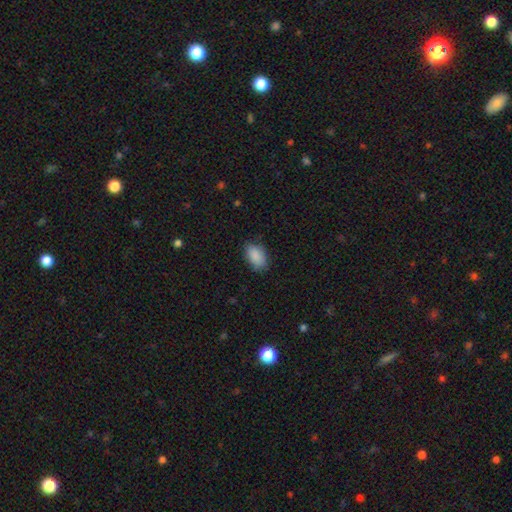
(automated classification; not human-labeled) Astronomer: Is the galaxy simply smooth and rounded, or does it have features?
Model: smooth — 89%.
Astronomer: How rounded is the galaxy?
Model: in between — 91%.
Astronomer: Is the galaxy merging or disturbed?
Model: none — 79%.